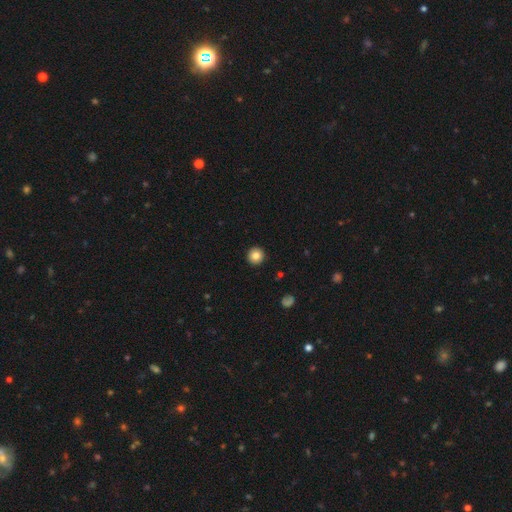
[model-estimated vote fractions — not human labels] smooth-or-featured: smooth: 83% | star or artifact: 10% | featured or disk: 7%
  how-rounded: round: 96% | in between: 3% | cigar-shaped: 1%
  merging: none: 94% | minor disturbance: 4% | major disturbance: 1% | merger: 1%